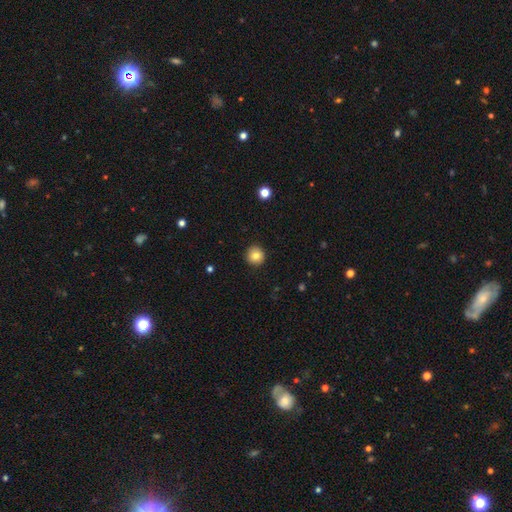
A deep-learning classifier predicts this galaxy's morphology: smooth 82%, star or artifact 10%, featured or disk 8%. Down the decision tree: how rounded — round (94%); merging — none (92%).